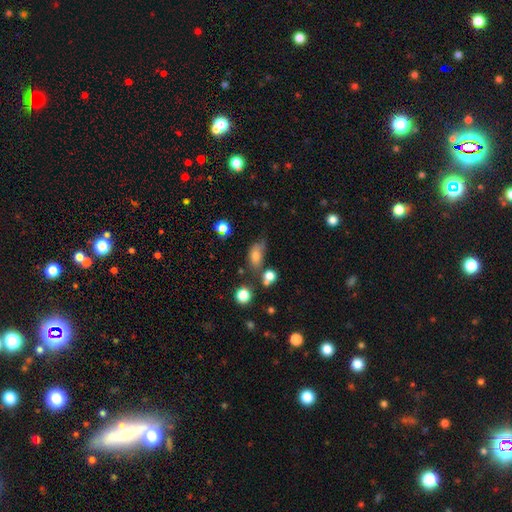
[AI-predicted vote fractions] A smooth galaxy with no disk features (75%) that is in between round and cigar-shaped (81%).

Vote fractions:
- Smooth or featured? smooth: 75% / star or artifact: 13% / featured or disk: 12%
- How rounded? in between: 81% / round: 14% / cigar-shaped: 5%
- Merging? none: 39% / minor disturbance: 31% / major disturbance: 17% / merger: 12%